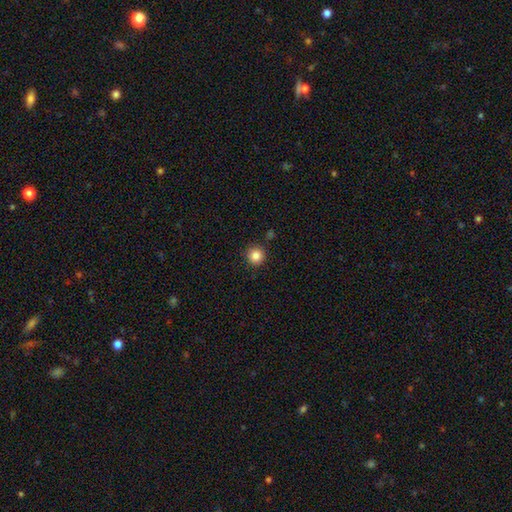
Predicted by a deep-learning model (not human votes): smooth-or-featured: smooth: 85% | star or artifact: 11% | featured or disk: 4%
  how-rounded: round: 95% | in between: 4% | cigar-shaped: 1%
  merging: none: 88% | minor disturbance: 7% | merger: 3% | major disturbance: 2%